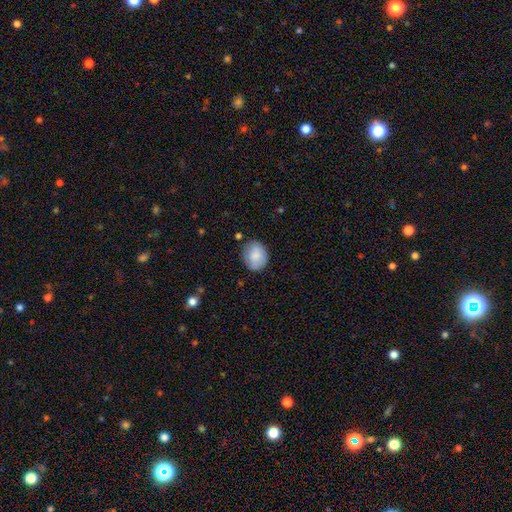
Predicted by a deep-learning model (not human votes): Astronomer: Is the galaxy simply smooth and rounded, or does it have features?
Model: smooth — 82%.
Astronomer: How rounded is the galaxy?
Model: round — 51% (runner-up: in between, 48%).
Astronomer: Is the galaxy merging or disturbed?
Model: none — 75%.